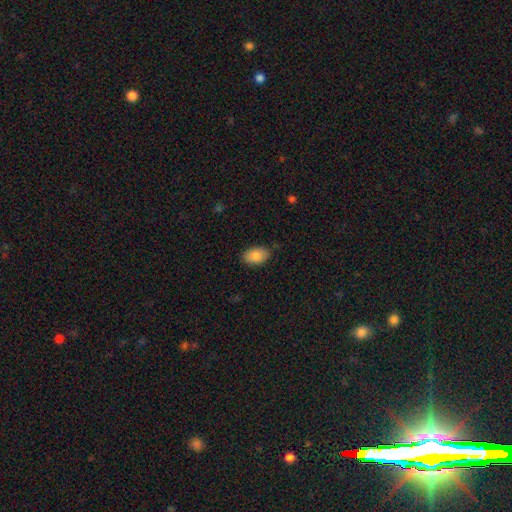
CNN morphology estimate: Smooth or featured? smooth (85%)
How rounded? in between (90%)
Merging? none (83%)